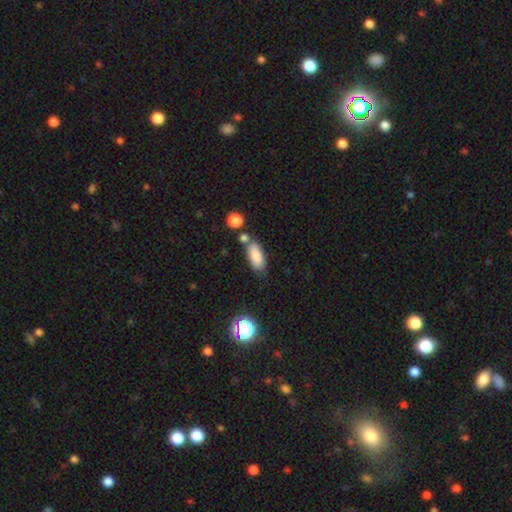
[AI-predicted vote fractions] Q: Smooth or featured?
A: smooth (85%); runner-up: star or artifact (8%)
Q: How rounded?
A: in between (81%); runner-up: cigar-shaped (16%)
Q: Merging?
A: none (67%); runner-up: minor disturbance (15%)